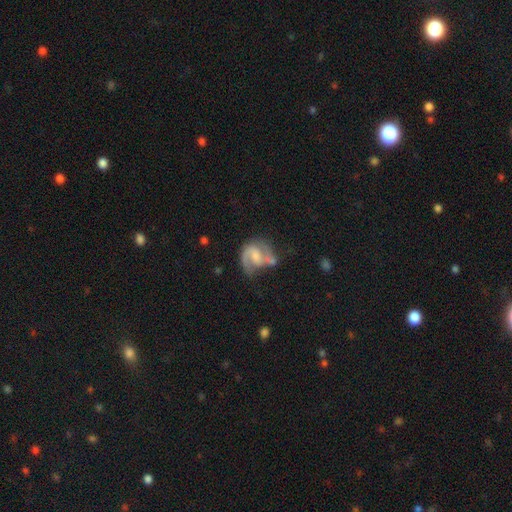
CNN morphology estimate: smooth-or-featured: featured or disk: 77% | smooth: 16% | star or artifact: 6%
  disk-edge-on: no: 98% | yes: 2%
    bar: weak: 50% | no: 33% | strong: 17%
    has-spiral-arms: yes: 92% | no: 8%
      spiral-winding: medium: 53% | loose: 26% | tight: 21%
      spiral-arm-count: 2: 78% | 1: 12% | can't tell: 6% | 3: 3% | 4: 1% | more than 4: 1%
    bulge-size: moderate: 38% | small: 30% | none: 22% | large: 8% | dominant: 1%
  merging: none: 43% | minor disturbance: 23% | major disturbance: 20% | merger: 14%